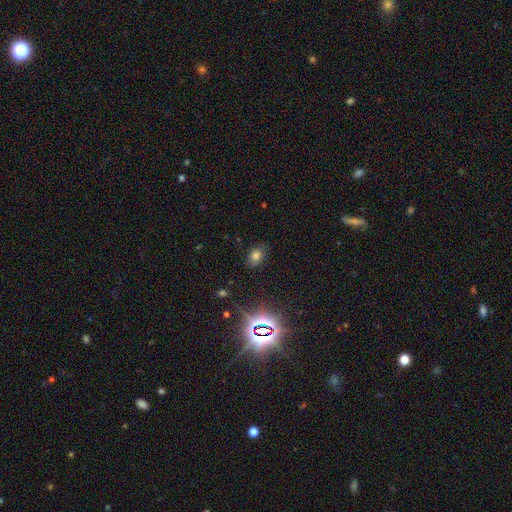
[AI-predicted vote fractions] This appears to be a smooth galaxy with no disk features (69%) that is in between round and cigar-shaped (68%). Merging: none (80%).